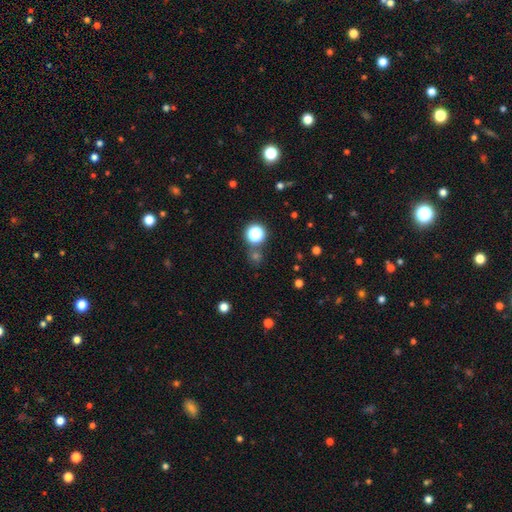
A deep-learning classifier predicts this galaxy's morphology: smooth-or-featured: star or artifact: 52% | smooth: 41% | featured or disk: 7%